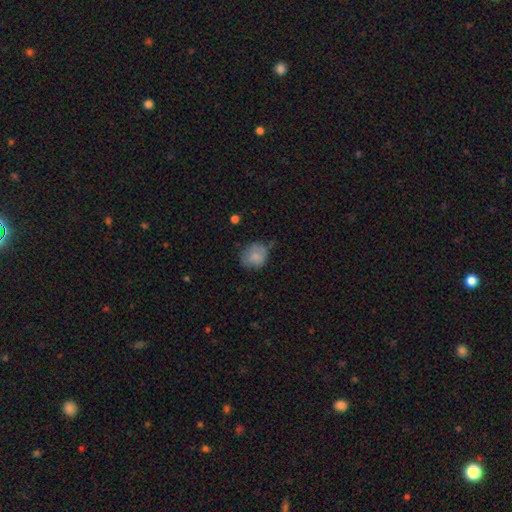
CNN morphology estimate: Smooth or featured?
  - smooth: 79% *
  - featured or disk: 12%
  - star or artifact: 9%
How rounded?
  - round: 66% *
  - in between: 34%
  - cigar-shaped: 1%
Merging?
  - none: 56% *
  - minor disturbance: 32%
  - major disturbance: 9%
  - merger: 3%